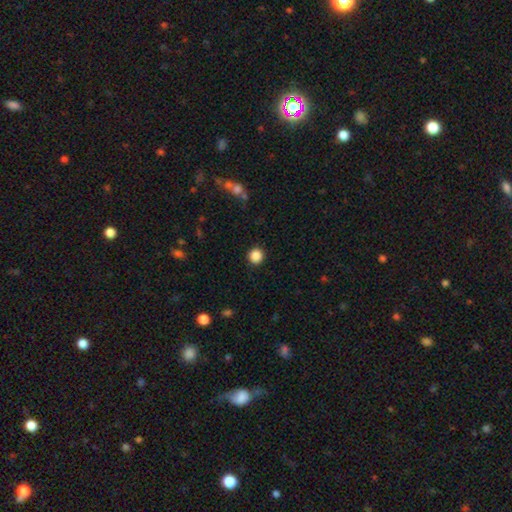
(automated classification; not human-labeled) Smooth or featured? Predicted: smooth (p=0.87). How rounded? Predicted: round (p=0.93). Merging? Predicted: none (p=0.92).